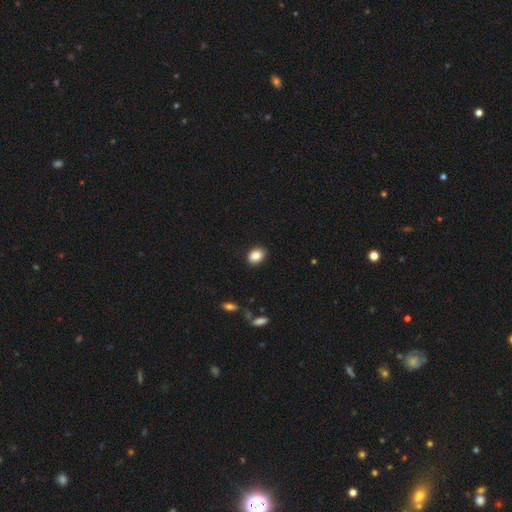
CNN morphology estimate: Smooth or featured?
  - smooth: 87% *
  - star or artifact: 8%
  - featured or disk: 5%
How rounded?
  - in between: 73% *
  - round: 26%
  - cigar-shaped: 1%
Merging?
  - none: 89% *
  - minor disturbance: 8%
  - major disturbance: 2%
  - merger: 1%